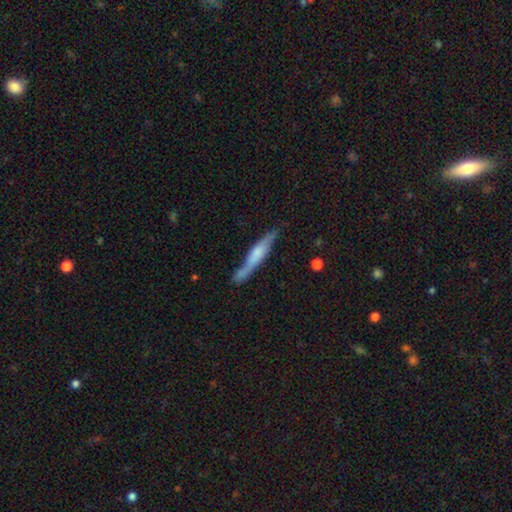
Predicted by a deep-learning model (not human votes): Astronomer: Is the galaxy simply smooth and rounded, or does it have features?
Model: featured or disk — 52% (runner-up: smooth, 43%).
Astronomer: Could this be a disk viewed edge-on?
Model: yes — 81%.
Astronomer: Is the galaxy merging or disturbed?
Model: none — 66%.